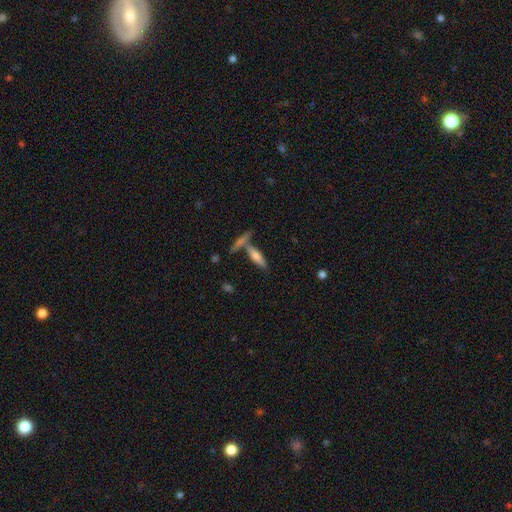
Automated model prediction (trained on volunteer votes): A smooth galaxy with no disk features (63%) that is cigar-shaped (66%).

Vote fractions:
- Smooth or featured? smooth: 63% / featured or disk: 29% / star or artifact: 8%
- How rounded? cigar-shaped: 66% / in between: 32% / round: 2%
- Merging? none: 55% / merger: 30% / minor disturbance: 11% / major disturbance: 4%